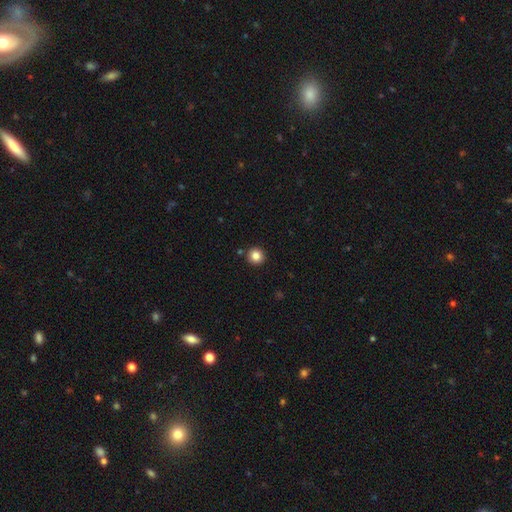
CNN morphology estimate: A smooth galaxy with no disk features (85%) that is round (93%).

Vote fractions:
- Smooth or featured? smooth: 85% / star or artifact: 11% / featured or disk: 4%
- How rounded? round: 93% / in between: 6% / cigar-shaped: 1%
- Merging? none: 90% / minor disturbance: 6% / merger: 3% / major disturbance: 2%